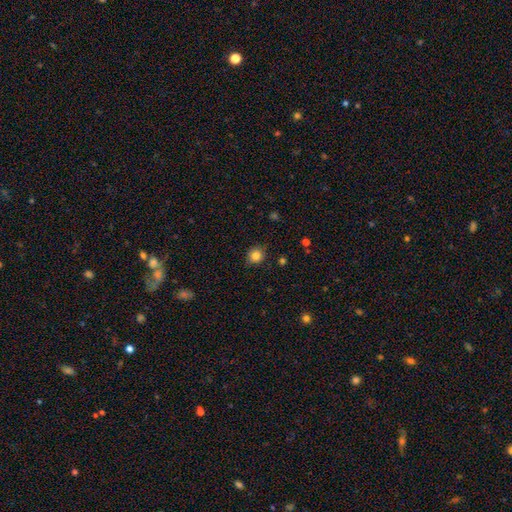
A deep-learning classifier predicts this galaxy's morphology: smooth-or-featured: smooth: 84% | star or artifact: 11% | featured or disk: 5%
  how-rounded: round: 87% | in between: 13% | cigar-shaped: 1%
  merging: none: 85% | minor disturbance: 11% | major disturbance: 2% | merger: 1%